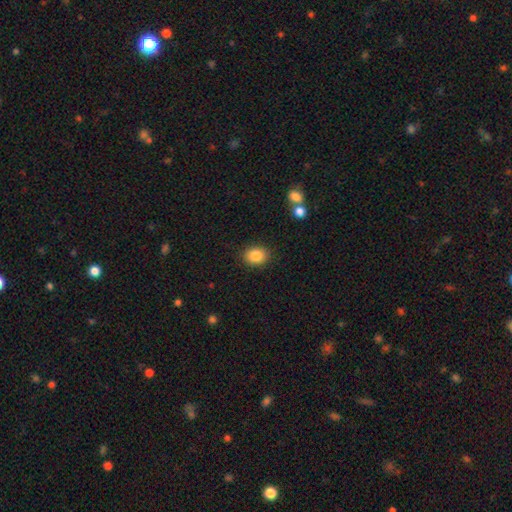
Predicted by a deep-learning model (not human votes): Smooth or featured?
  - smooth: 86% *
  - star or artifact: 9%
  - featured or disk: 5%
How rounded?
  - round: 51% *
  - in between: 48%
  - cigar-shaped: 1%
Merging?
  - none: 88% *
  - minor disturbance: 8%
  - major disturbance: 2%
  - merger: 2%